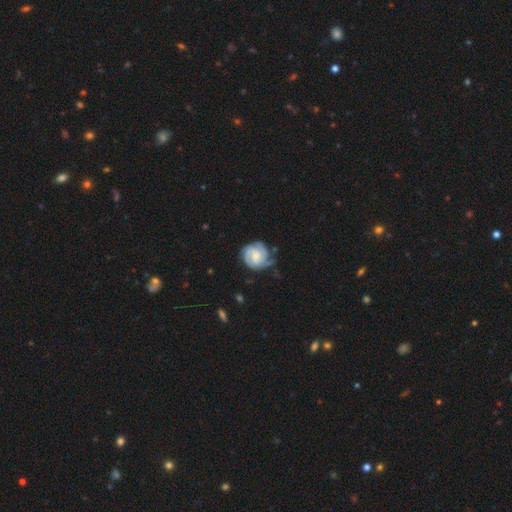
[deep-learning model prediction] Q: Smooth or featured?
A: featured or disk (80%); runner-up: smooth (14%)
Q: Edge-on disk?
A: no (98%); runner-up: yes (2%)
Q: Bar?
A: no (56%); runner-up: weak (36%)
Q: Spiral arms?
A: yes (96%); runner-up: no (4%)
Q: Spiral winding?
A: tight (68%); runner-up: medium (27%)
Q: Spiral arm count?
A: 3 (34%); runner-up: 2 (32%)
Q: Bulge size?
A: moderate (39%); runner-up: small (36%)
Q: Merging?
A: none (66%); runner-up: minor disturbance (23%)